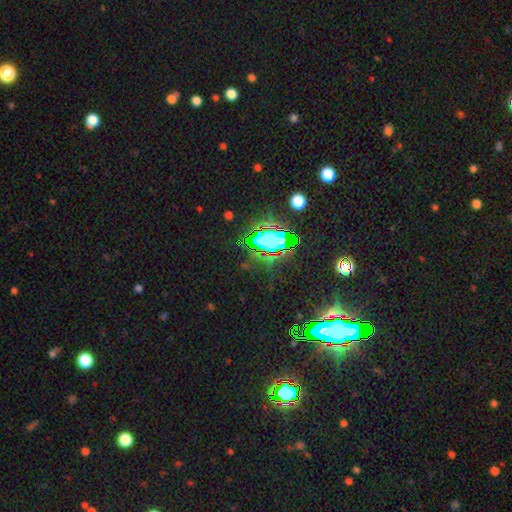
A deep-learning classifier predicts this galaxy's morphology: Smooth or featured? star or artifact (80%)